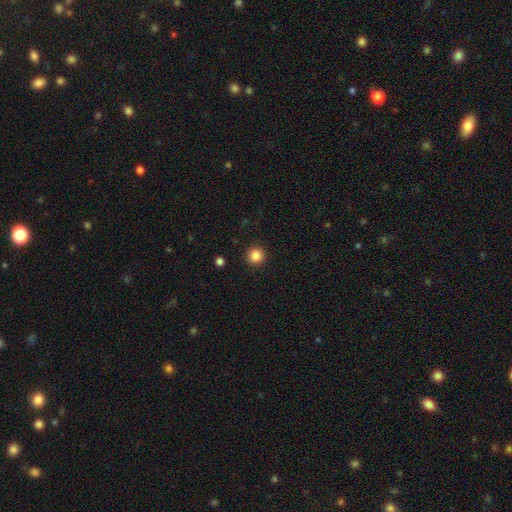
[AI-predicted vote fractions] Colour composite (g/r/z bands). It shows a smooth galaxy with no disk features (85%) that is round (96%). Merging: none (93%).